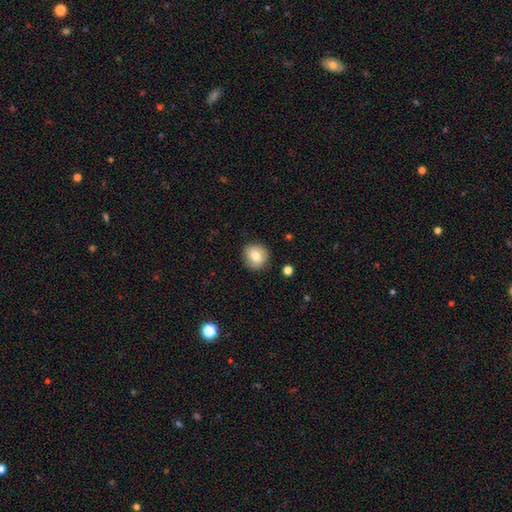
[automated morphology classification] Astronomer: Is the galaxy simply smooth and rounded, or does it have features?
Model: smooth — 77%.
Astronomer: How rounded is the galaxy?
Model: round — 88%.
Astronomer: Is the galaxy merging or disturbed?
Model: none — 86%.